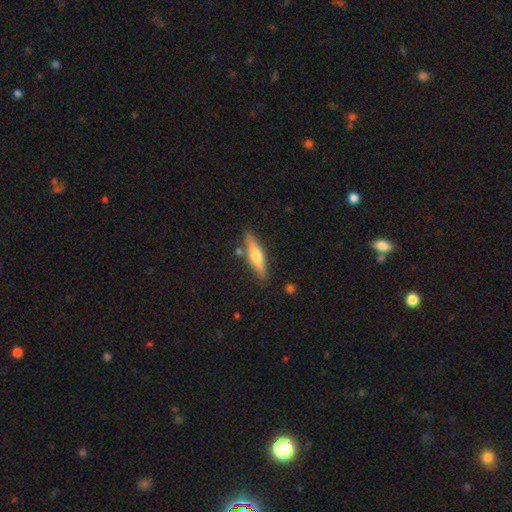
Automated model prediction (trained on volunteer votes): Morphology: type=featured or disk (58%); edge-on=yes (95%); edge-on bulge=rounded (92%); merging=none (84%).